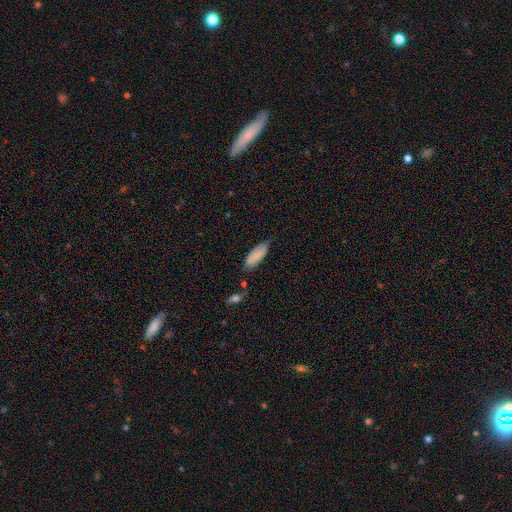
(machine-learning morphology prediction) Smooth or featured? smooth (85%)
How rounded? in between (75%)
Merging? none (62%)